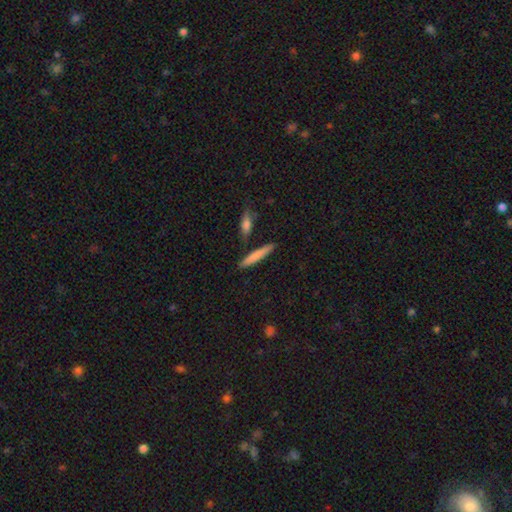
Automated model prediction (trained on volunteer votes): Smooth or featured? smooth (75%)
How rounded? cigar-shaped (89%)
Merging? none (82%)